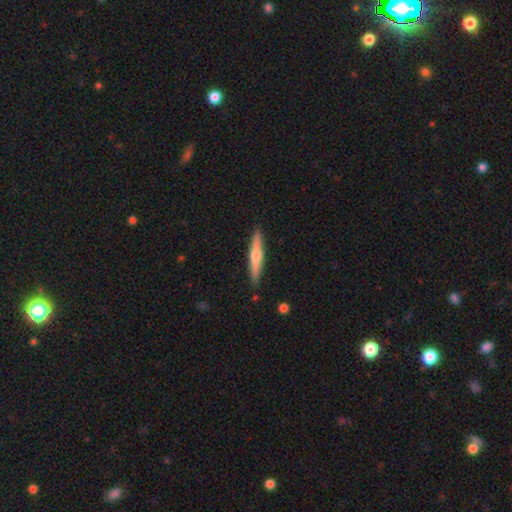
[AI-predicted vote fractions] Smooth or featured?
  - featured or disk: 51% *
  - smooth: 44%
  - star or artifact: 5%
Edge-on disk?
  - yes: 96% *
  - no: 4%
Merging?
  - none: 89% *
  - minor disturbance: 8%
  - major disturbance: 2%
  - merger: 1%